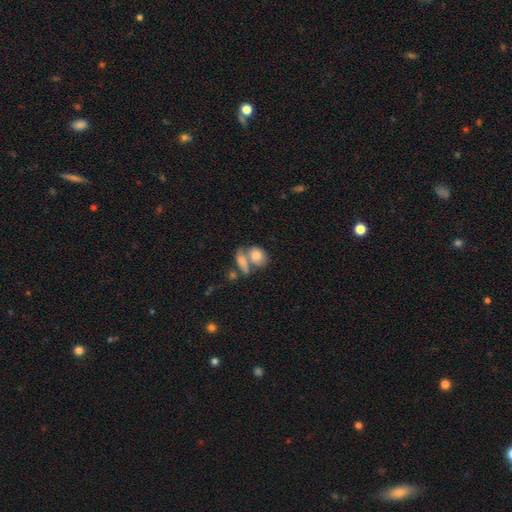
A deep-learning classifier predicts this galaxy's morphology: Smooth or featured?
  - smooth: 79% *
  - featured or disk: 14%
  - star or artifact: 8%
How rounded?
  - in between: 64% *
  - round: 33%
  - cigar-shaped: 3%
Merging?
  - merger: 51% *
  - none: 31%
  - minor disturbance: 11%
  - major disturbance: 7%